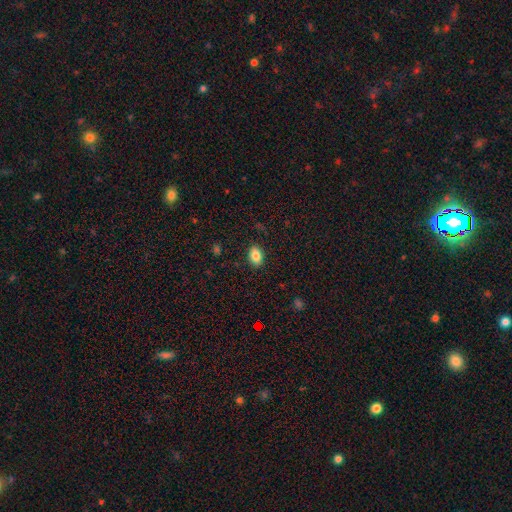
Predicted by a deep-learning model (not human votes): This appears to be a smooth galaxy with no disk features (84%) that is in between round and cigar-shaped (83%). Merging: none (88%).